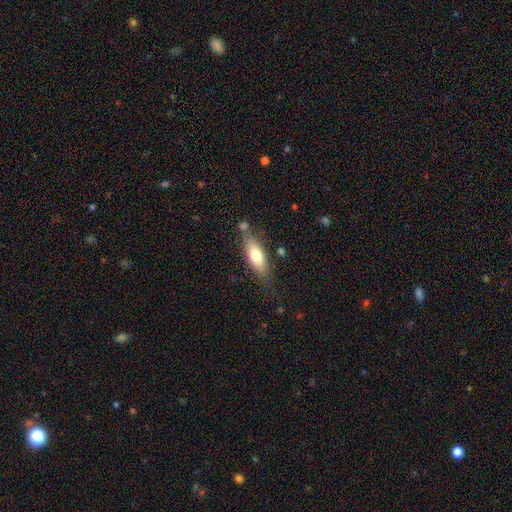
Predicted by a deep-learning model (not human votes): The model was most divided on "how rounded": in between: 65%, cigar-shaped: 33%, round: 3%. More confident: smooth or featured — smooth (70%); merging — none (68%).